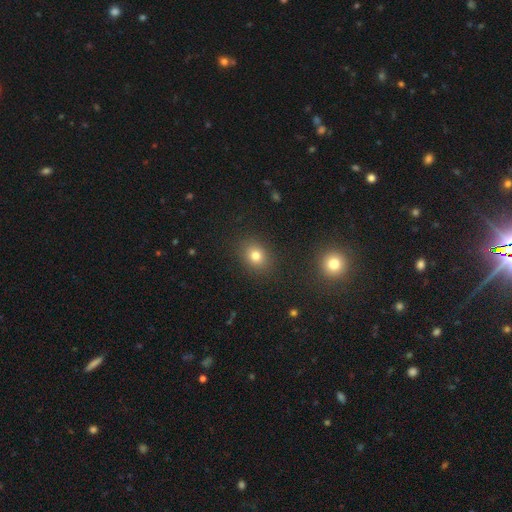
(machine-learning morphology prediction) A smooth galaxy with no disk features (78%) that is round (56%). Merging: none (87%).